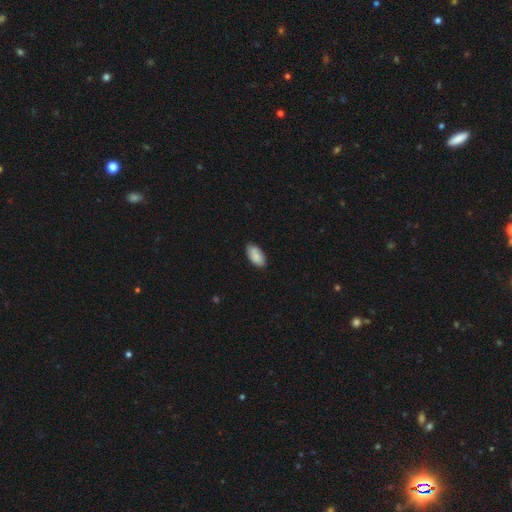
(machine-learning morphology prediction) Q: Smooth or featured?
A: smooth (80%); runner-up: featured or disk (13%)
Q: How rounded?
A: in between (94%); runner-up: cigar-shaped (3%)
Q: Merging?
A: none (81%); runner-up: minor disturbance (15%)